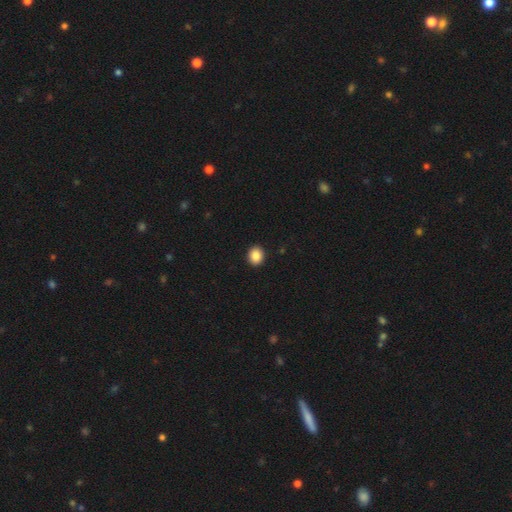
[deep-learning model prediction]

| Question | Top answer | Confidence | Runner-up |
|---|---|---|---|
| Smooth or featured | smooth | 88% | star or artifact (9%) |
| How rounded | round | 60% | in between (39%) |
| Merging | none | 92% | minor disturbance (5%) |